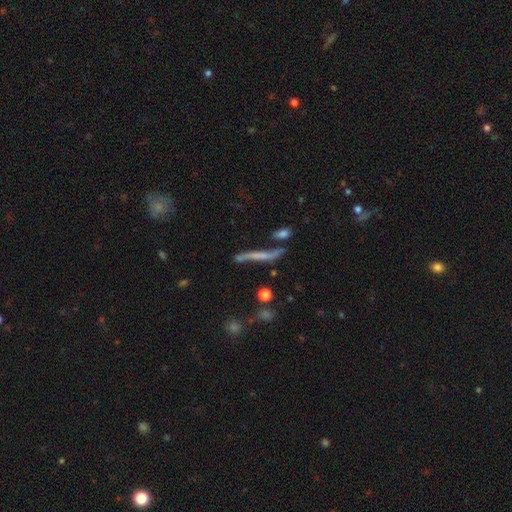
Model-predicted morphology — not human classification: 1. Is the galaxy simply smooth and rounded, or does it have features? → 58% featured or disk, 27% smooth, 14% star or artifact.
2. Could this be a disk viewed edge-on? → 74% yes, 26% no.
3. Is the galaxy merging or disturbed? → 60% none, 19% minor disturbance, 11% merger, 10% major disturbance.